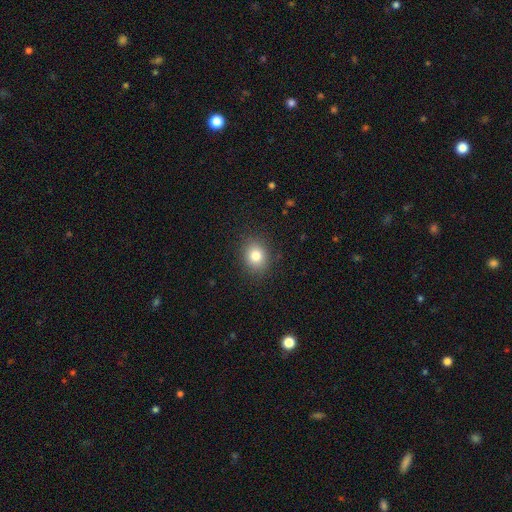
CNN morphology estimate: Smooth or featured: smooth — 81% (star or artifact — 11%)
How rounded: round — 58% (in between — 41%)
Merging: none — 88% (minor disturbance — 9%)